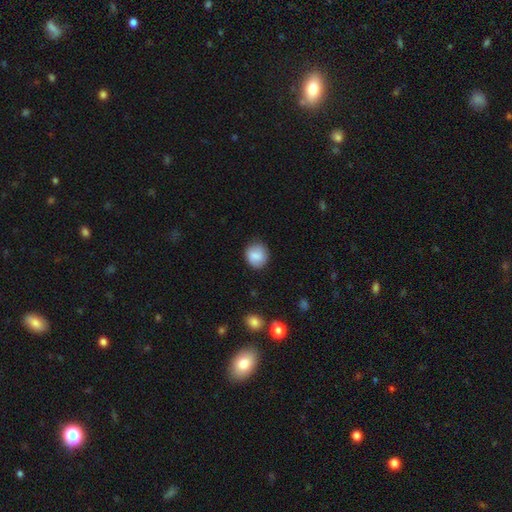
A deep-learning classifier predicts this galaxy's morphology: smooth 81%, featured or disk 11%, star or artifact 8%. Down the decision tree: how rounded — round (76%); merging — none (81%).